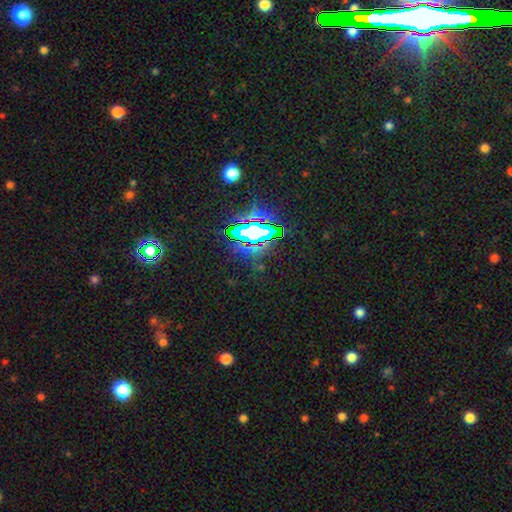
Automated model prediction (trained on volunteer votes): Smooth or featured? star or artifact (80%)